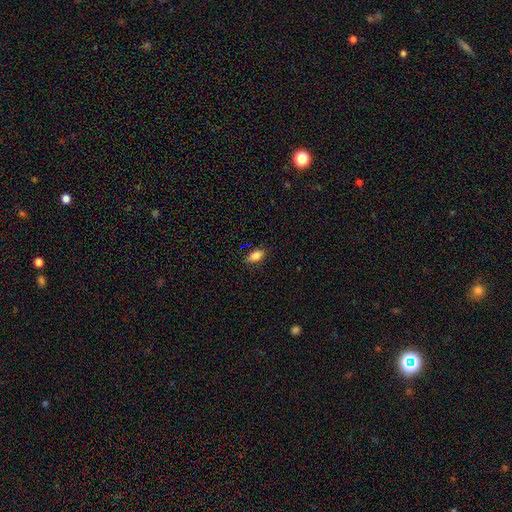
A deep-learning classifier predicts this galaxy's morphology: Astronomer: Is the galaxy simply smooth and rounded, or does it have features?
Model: smooth — 85%.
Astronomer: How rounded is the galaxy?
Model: in between — 89%.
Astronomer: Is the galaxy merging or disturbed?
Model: none — 86%.